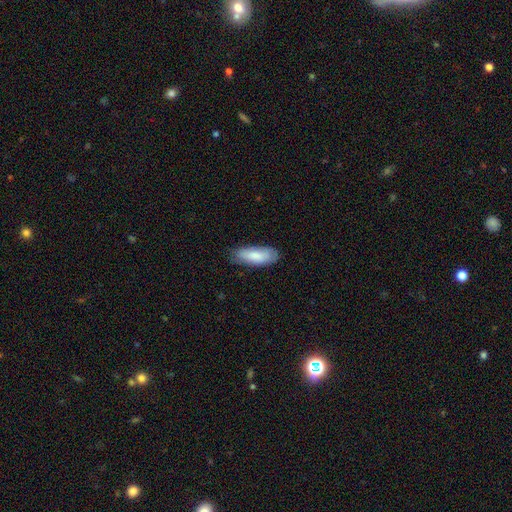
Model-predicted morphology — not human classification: Smooth or featured: smooth — 81% (featured or disk — 13%)
How rounded: in between — 75% (cigar-shaped — 23%)
Merging: none — 74% (minor disturbance — 21%)